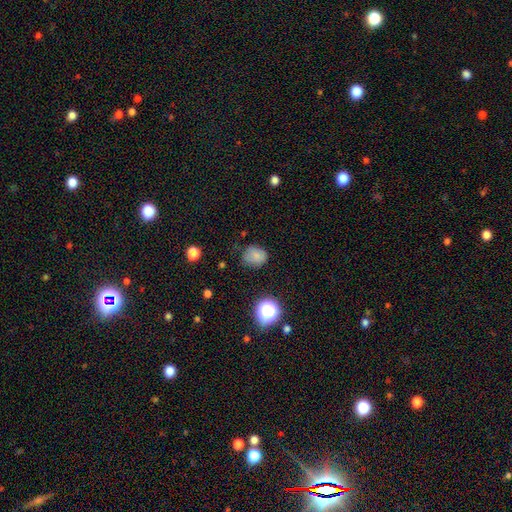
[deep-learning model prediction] Smooth or featured? smooth (79%)
How rounded? round (57%)
Merging? none (66%)